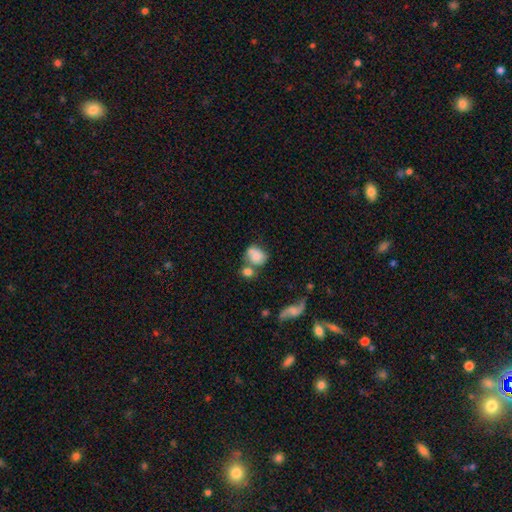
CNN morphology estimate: Smooth or featured? smooth (70%)
How rounded? in between (50%)
Merging? none (37%)